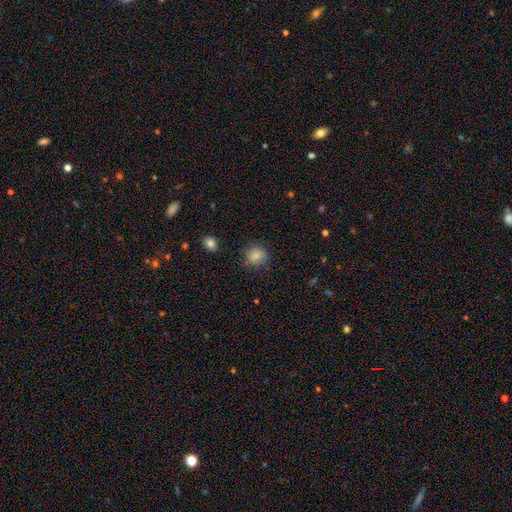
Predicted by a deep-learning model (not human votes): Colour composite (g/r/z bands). It shows a smooth galaxy with no disk features (82%) that is round (83%). Merging: none (81%).